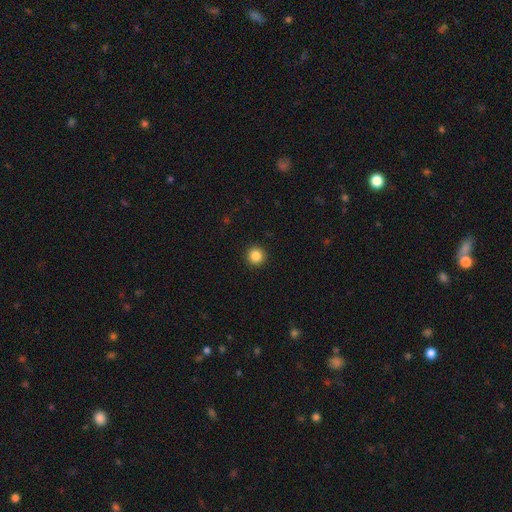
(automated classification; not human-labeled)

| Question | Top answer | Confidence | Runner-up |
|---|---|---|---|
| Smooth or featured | smooth | 86% | star or artifact (11%) |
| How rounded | round | 96% | in between (3%) |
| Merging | none | 93% | minor disturbance (4%) |